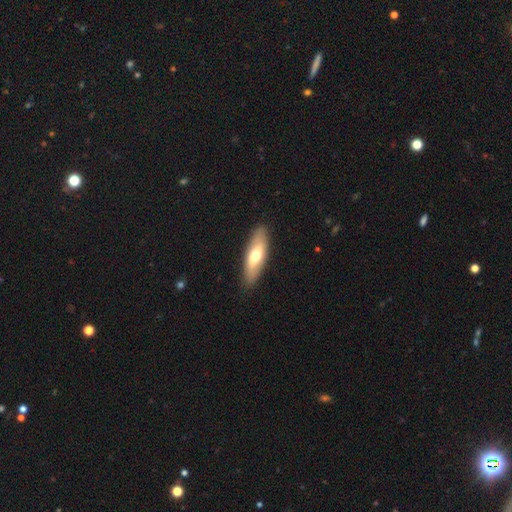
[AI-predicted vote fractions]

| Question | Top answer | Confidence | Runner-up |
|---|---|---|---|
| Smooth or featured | smooth | 58% | featured or disk (37%) |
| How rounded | in between | 59% | cigar-shaped (39%) |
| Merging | none | 88% | minor disturbance (9%) |